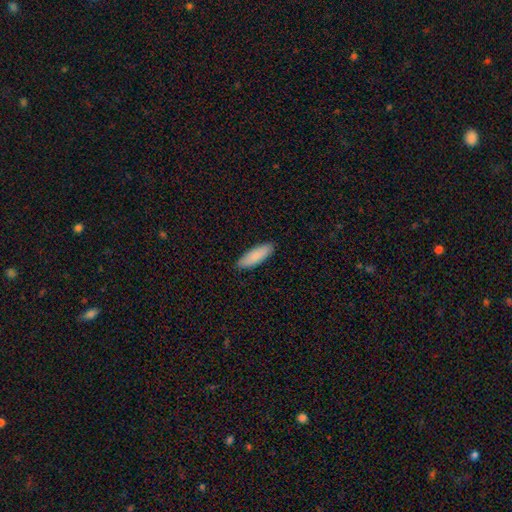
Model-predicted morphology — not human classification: The model was most divided on "how rounded": in between: 55%, cigar-shaped: 43%, round: 2%. More confident: merging — none (90%); smooth or featured — smooth (85%).